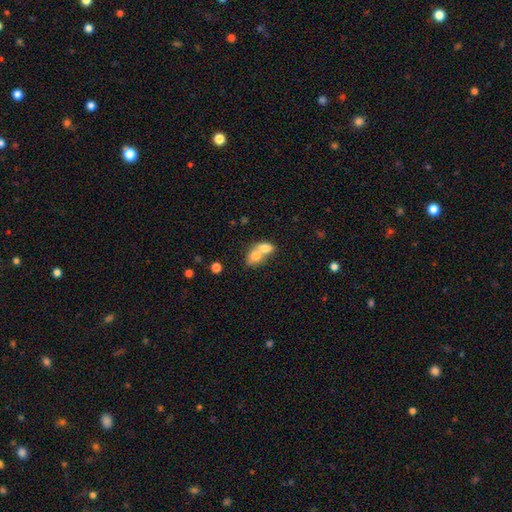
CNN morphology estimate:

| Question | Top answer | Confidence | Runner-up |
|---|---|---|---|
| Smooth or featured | smooth | 74% | featured or disk (17%) |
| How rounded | in between | 71% | round (27%) |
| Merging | merger | 74% | none (18%) |